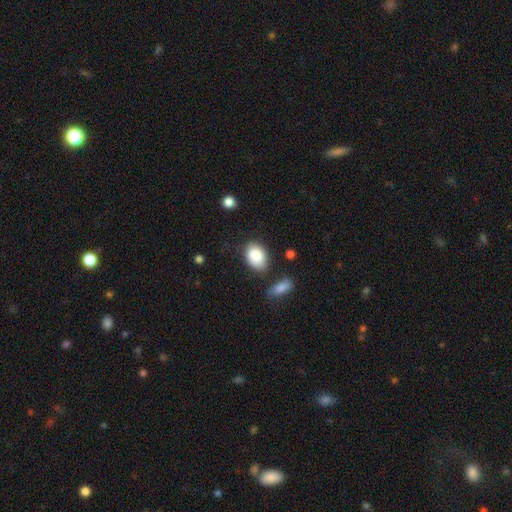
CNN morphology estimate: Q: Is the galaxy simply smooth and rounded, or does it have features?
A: smooth — 87%.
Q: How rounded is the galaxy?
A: in between — 80%.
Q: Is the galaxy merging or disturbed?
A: none — 70%.